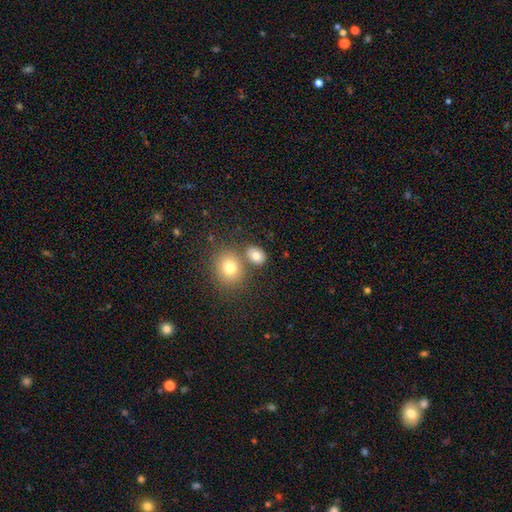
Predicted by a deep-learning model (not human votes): This is likely a smooth galaxy (78%). How rounded: possibly in between (57%). Merging: likely none (66%).